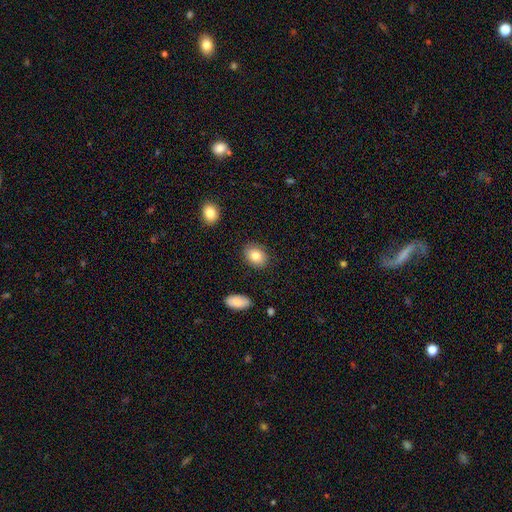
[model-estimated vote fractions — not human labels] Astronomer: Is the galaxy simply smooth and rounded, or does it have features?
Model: smooth — 81%.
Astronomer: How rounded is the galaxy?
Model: in between — 65%.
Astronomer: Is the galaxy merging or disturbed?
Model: none — 87%.